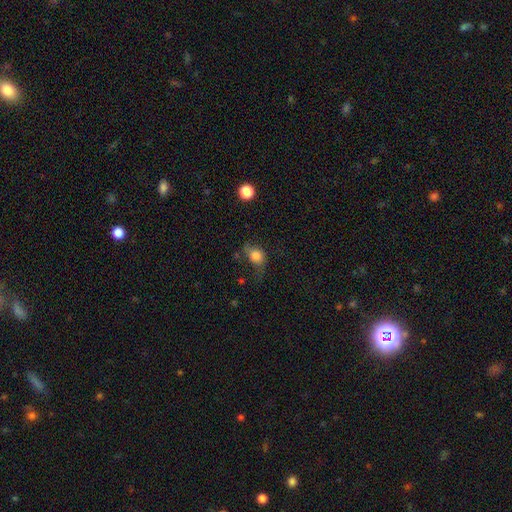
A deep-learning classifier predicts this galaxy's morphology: A smooth galaxy with no disk features (73%) that is in between round and cigar-shaped (50%). Merging: none (45%).